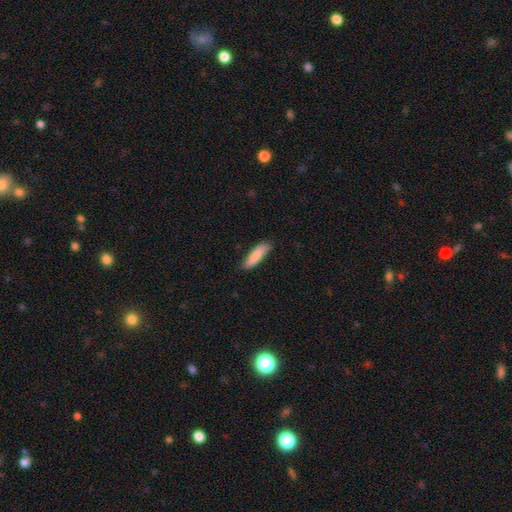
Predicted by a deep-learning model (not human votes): smooth_or_featured: smooth (p=0.85) [alt: featured or disk p=0.10]
how_rounded: cigar-shaped (p=0.68) [alt: in between p=0.30]
merging: none (p=0.82) [alt: minor disturbance p=0.15]